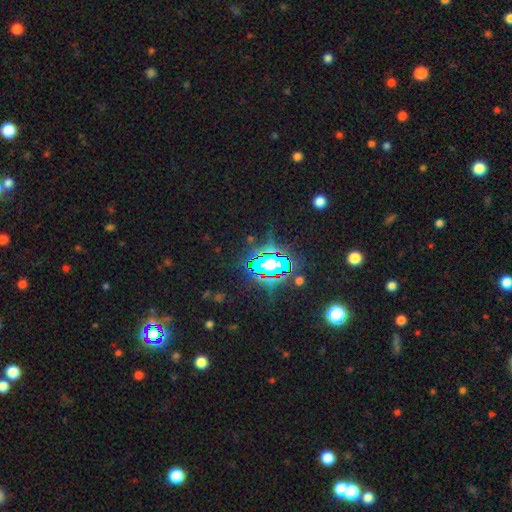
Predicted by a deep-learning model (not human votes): smooth_or_featured: star or artifact (p=0.81) [alt: smooth p=0.11]